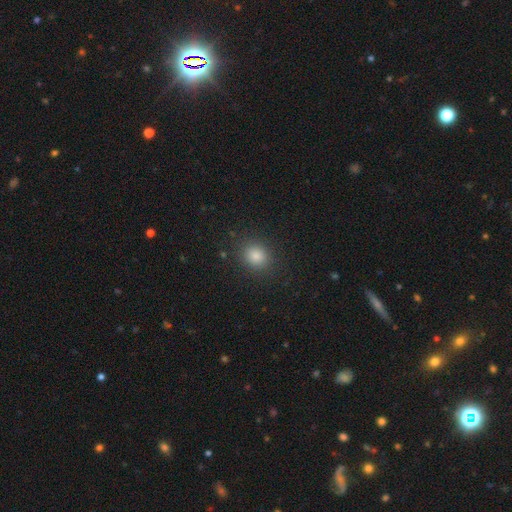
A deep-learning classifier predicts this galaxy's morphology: This appears to be a smooth galaxy with no disk features (81%) that is round (72%). Merging: none (89%).